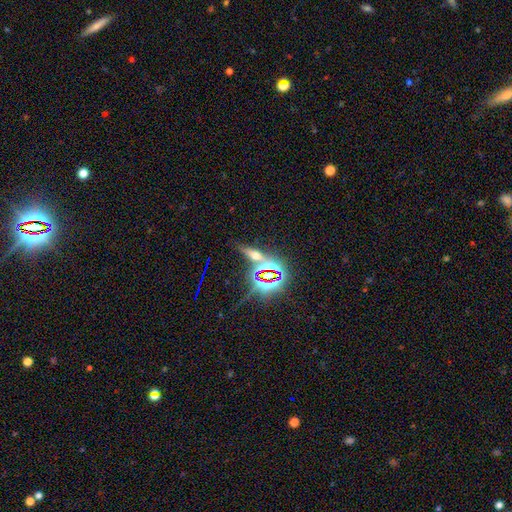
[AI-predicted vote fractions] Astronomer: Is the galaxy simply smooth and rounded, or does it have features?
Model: star or artifact — 47% (runner-up: smooth, 30%).